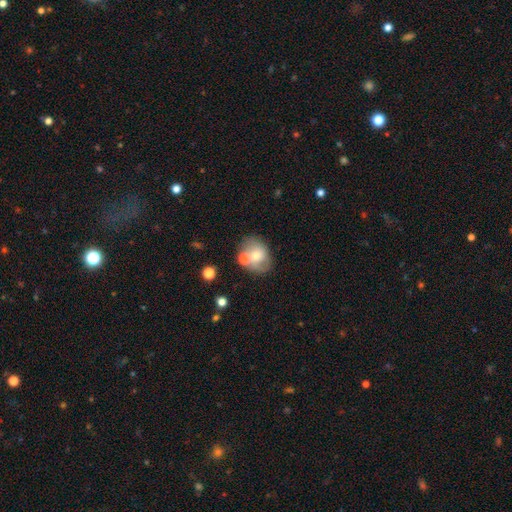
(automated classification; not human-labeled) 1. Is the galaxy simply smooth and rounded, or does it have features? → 58% smooth, 33% featured or disk, 9% star or artifact.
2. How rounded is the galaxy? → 50% round, 49% in between, 1% cigar-shaped.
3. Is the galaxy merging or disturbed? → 56% none, 21% merger, 17% minor disturbance, 6% major disturbance.